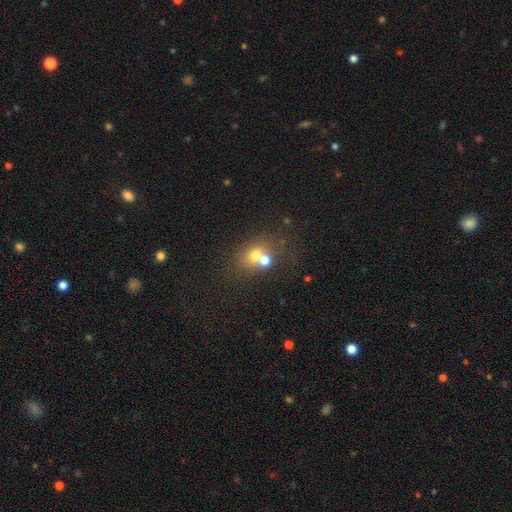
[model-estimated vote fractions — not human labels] smooth 64%, featured or disk 20%, star or artifact 15%. Down the decision tree: how rounded — round (63%); merging — merger (48%).